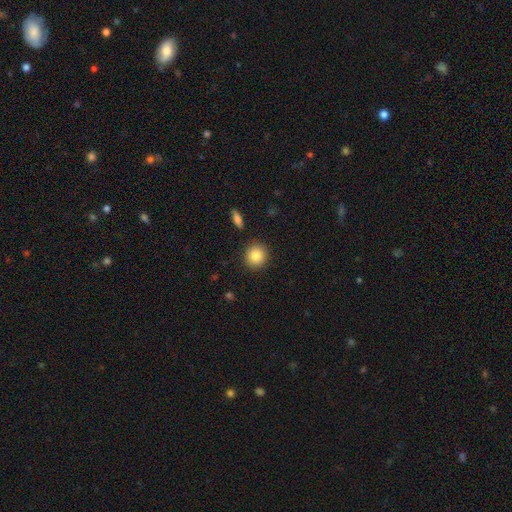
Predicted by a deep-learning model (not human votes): The model was most divided on "smooth or featured": smooth: 84%, star or artifact: 9%, featured or disk: 7%. More confident: merging — none (90%); how rounded — round (88%).